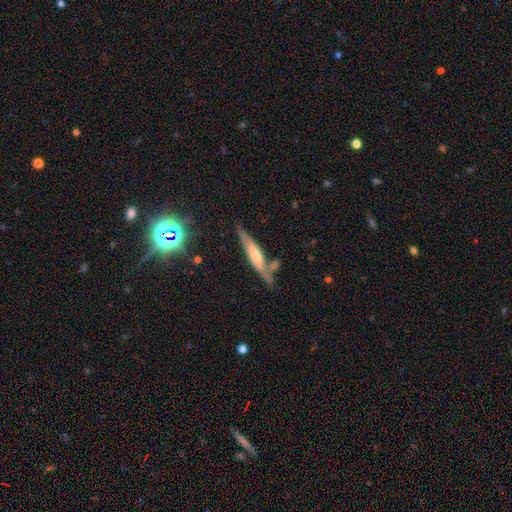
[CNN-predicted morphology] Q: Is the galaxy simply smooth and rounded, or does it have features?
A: featured or disk — 47%.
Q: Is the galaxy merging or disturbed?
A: none — 60%.